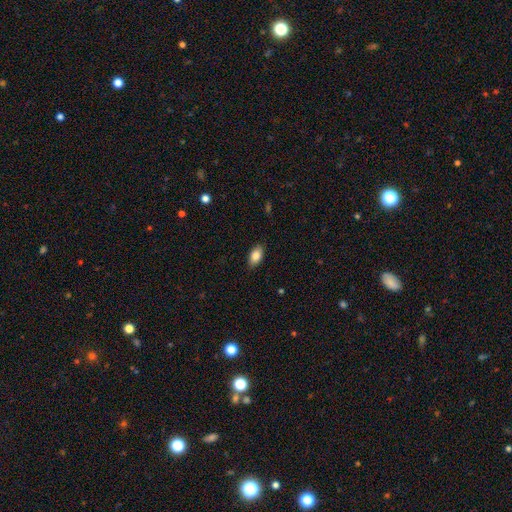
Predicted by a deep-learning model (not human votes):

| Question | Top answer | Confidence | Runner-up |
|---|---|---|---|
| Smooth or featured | smooth | 86% | featured or disk (7%) |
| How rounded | in between | 92% | round (4%) |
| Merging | none | 88% | minor disturbance (9%) |